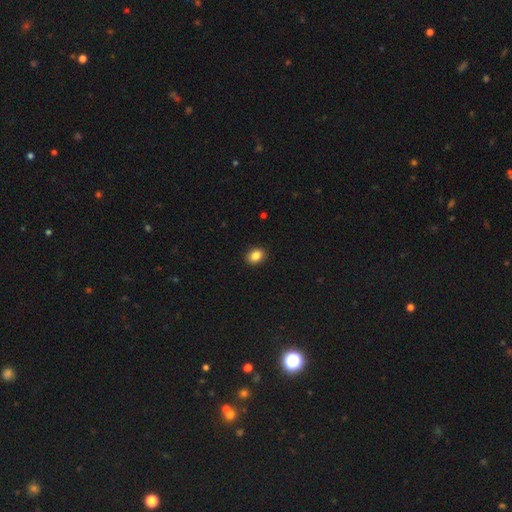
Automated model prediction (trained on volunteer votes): This is clearly a smooth galaxy (87%). How rounded: possibly in between (60%). Merging: clearly none (91%).